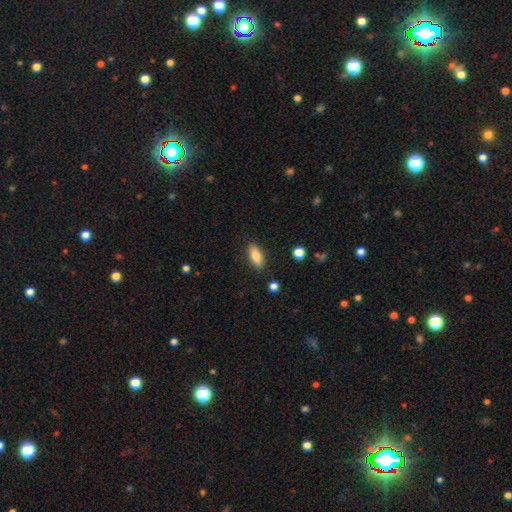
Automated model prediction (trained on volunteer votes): smooth 84%, featured or disk 9%, star or artifact 7%. Down the decision tree: how rounded — in between (76%); merging — none (86%).